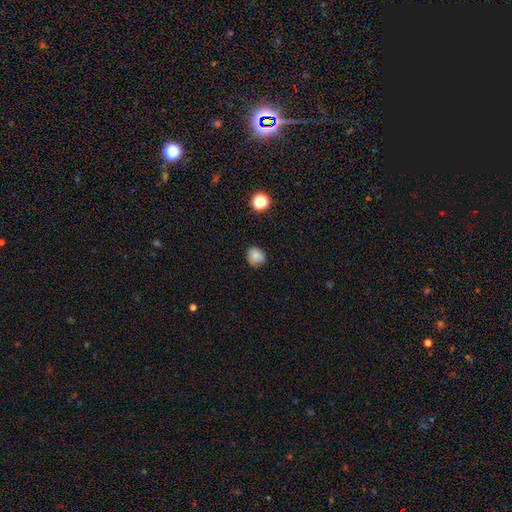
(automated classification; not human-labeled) This is likely a smooth galaxy (78%). How rounded: clearly round (81%). Merging: likely none (77%).